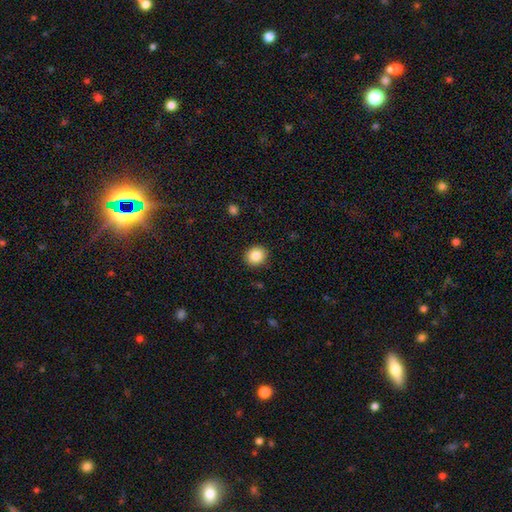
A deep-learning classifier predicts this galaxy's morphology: A smooth galaxy with no disk features (85%) that is round (81%).

Vote fractions:
- Smooth or featured? smooth: 85% / star or artifact: 9% / featured or disk: 6%
- How rounded? round: 81% / in between: 18% / cigar-shaped: 1%
- Merging? none: 91% / minor disturbance: 6% / major disturbance: 2% / merger: 1%